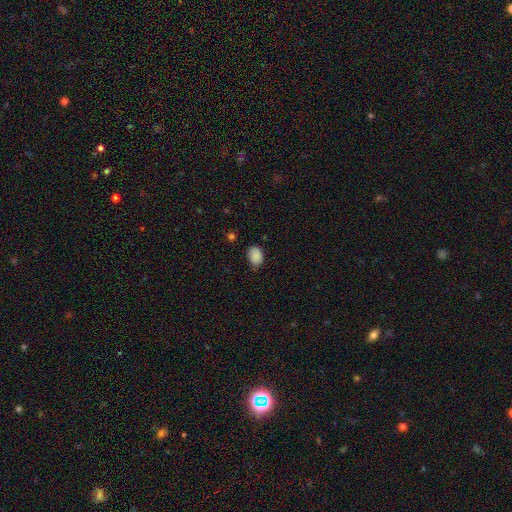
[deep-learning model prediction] The model was most divided on "merging": none: 71%, minor disturbance: 24%, major disturbance: 4%, merger: 1%. More confident: smooth or featured — smooth (88%); how rounded — in between (79%).